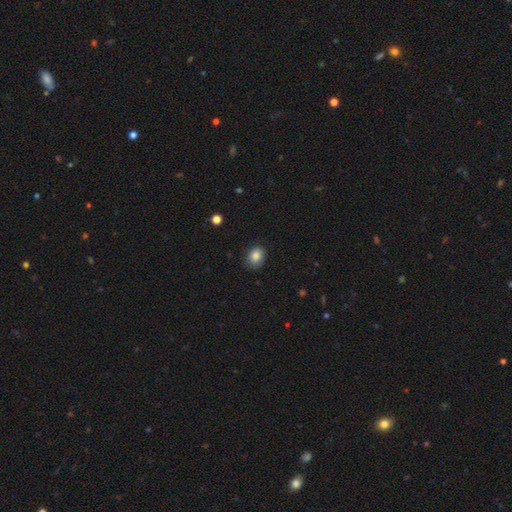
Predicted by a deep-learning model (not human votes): A smooth galaxy with no disk features (85%) that is in between round and cigar-shaped (50%). Merging: none (79%).